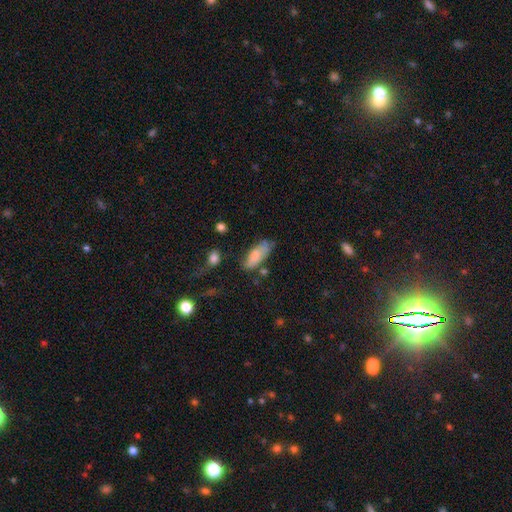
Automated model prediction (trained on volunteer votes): This appears to be a smooth galaxy with no disk features (81%) that is in between round and cigar-shaped (76%). Merging: none (56%).